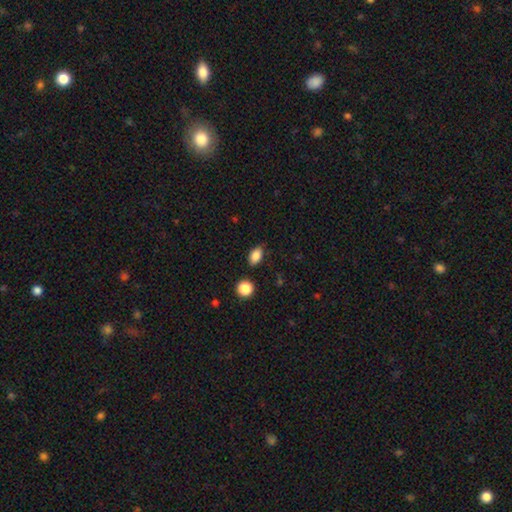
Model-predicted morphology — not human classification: A smooth galaxy with no disk features (86%) that is in between round and cigar-shaped (85%).

Vote fractions:
- Smooth or featured? smooth: 86% / star or artifact: 9% / featured or disk: 5%
- How rounded? in between: 85% / round: 13% / cigar-shaped: 2%
- Merging? none: 80% / minor disturbance: 14% / major disturbance: 3% / merger: 2%